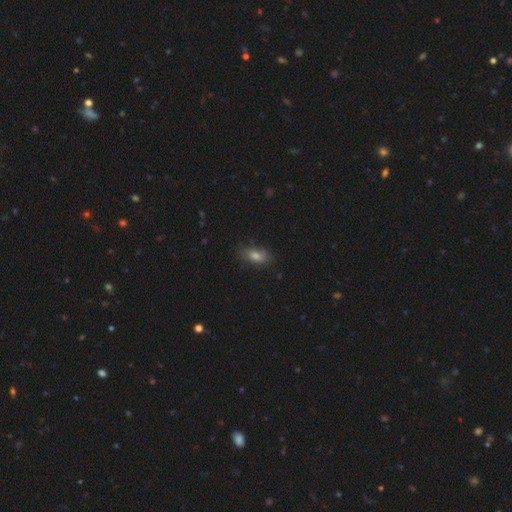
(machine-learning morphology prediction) smooth-or-featured: smooth: 71% | star or artifact: 15% | featured or disk: 14%
  how-rounded: in between: 81% | cigar-shaped: 10% | round: 9%
  merging: none: 77% | minor disturbance: 17% | major disturbance: 4% | merger: 2%